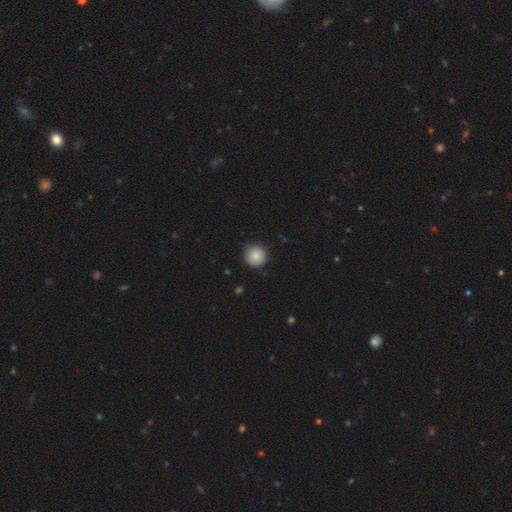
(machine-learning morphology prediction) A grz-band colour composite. It shows a smooth galaxy with no disk features (88%) that is round (95%). Merging: none (87%).